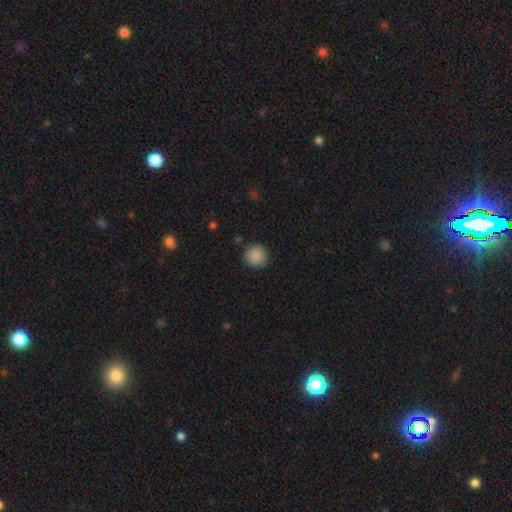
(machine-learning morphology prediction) Smooth or featured? smooth (88%)
How rounded? round (94%)
Merging? none (89%)